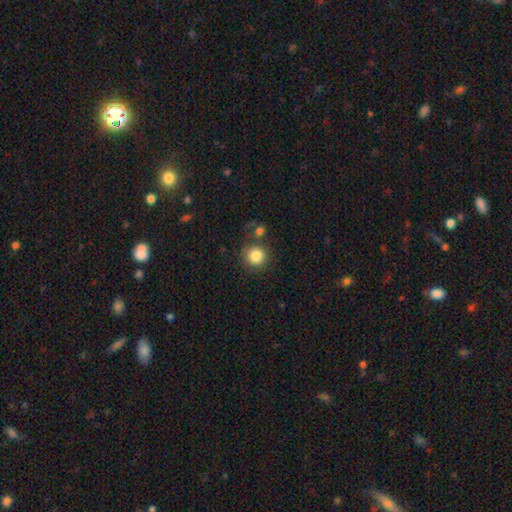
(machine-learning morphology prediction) Smooth or featured? Predicted: smooth (p=0.84). How rounded? Predicted: round (p=0.93). Merging? Predicted: none (p=0.77).